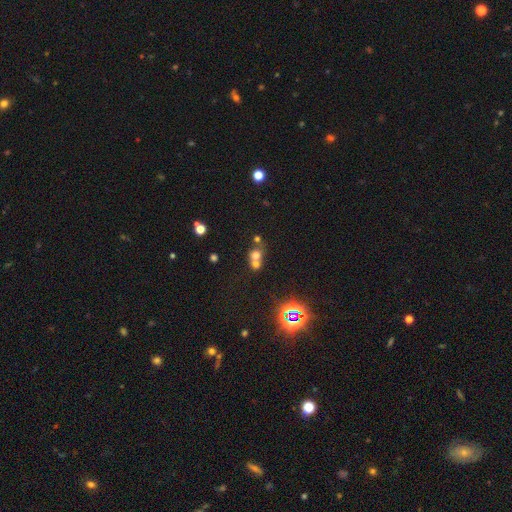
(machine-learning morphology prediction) Smooth or featured? Predicted: smooth (p=0.60). How rounded? Predicted: round (p=0.78). Merging? Predicted: merger (p=0.60).